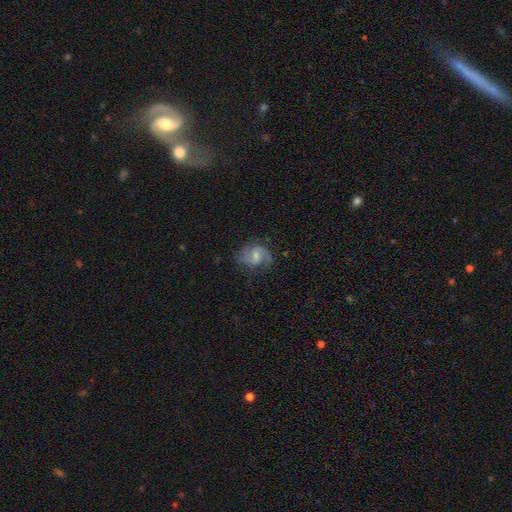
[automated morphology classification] Smooth or featured?
  - featured or disk: 70% *
  - smooth: 23%
  - star or artifact: 7%
Edge-on disk?
  - no: 98% *
  - yes: 2%
Bar?
  - weak: 56% *
  - no: 30%
  - strong: 14%
Spiral arms?
  - yes: 92% *
  - no: 8%
Spiral winding?
  - medium: 47% *
  - loose: 36%
  - tight: 17%
Spiral arm count?
  - 2: 78% *
  - can't tell: 9%
  - 1: 7%
  - 3: 3%
  - 4: 1%
  - more than 4: 1%
Bulge size?
  - small: 48% *
  - moderate: 36%
  - none: 12%
  - large: 3%
  - dominant: 1%
Merging?
  - none: 62% *
  - minor disturbance: 23%
  - major disturbance: 14%
  - merger: 2%